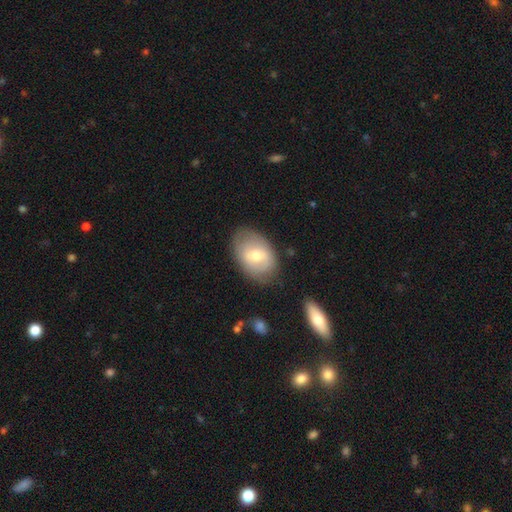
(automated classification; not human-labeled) A smooth galaxy with no disk features (55%) that is in between round and cigar-shaped (82%). Merging: none (75%).